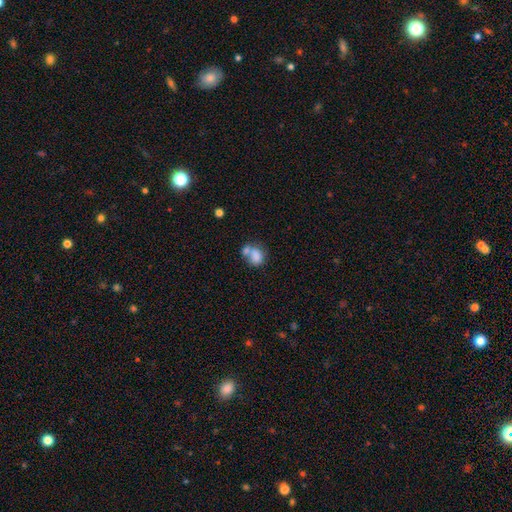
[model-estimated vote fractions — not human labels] Overall: smooth (76%). How rounded: in between (57%; round 41%). Merging: merger (57%; none 26%).